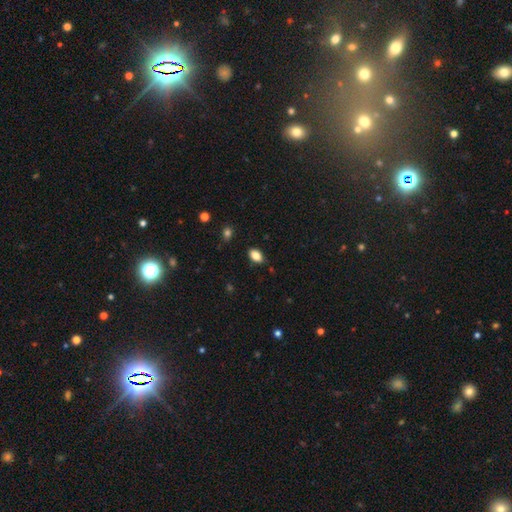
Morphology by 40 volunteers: smooth 85%, featured or disk 10%, star or artifact 5%. Down the decision tree: how rounded — in between (91%); merging — none (84%).